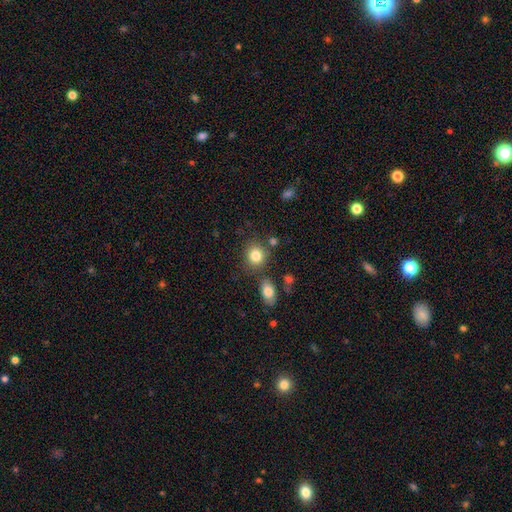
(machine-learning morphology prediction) Smooth or featured? Predicted: smooth (p=0.83). How rounded? Predicted: round (p=0.73). Merging? Predicted: none (p=0.74).